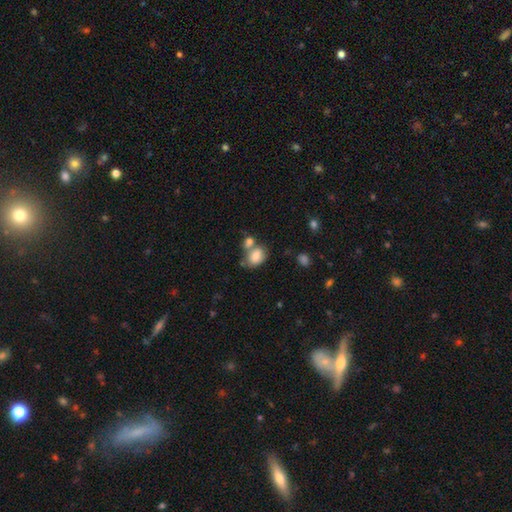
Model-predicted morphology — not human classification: type=smooth (80%); roundness=in between (72%); merging=none (41%).